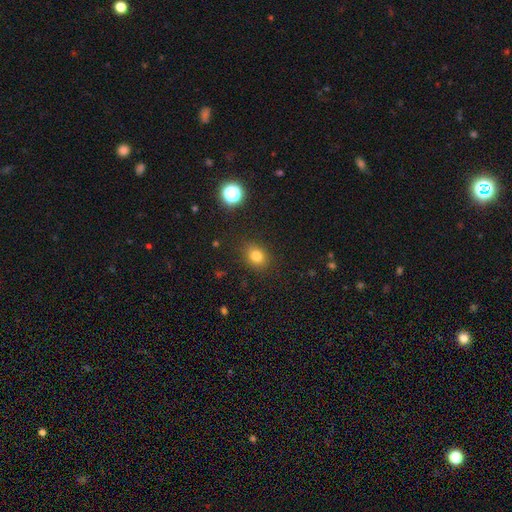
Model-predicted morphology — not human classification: A smooth galaxy with no disk features (78%) that is round (51%). Merging: none (85%).